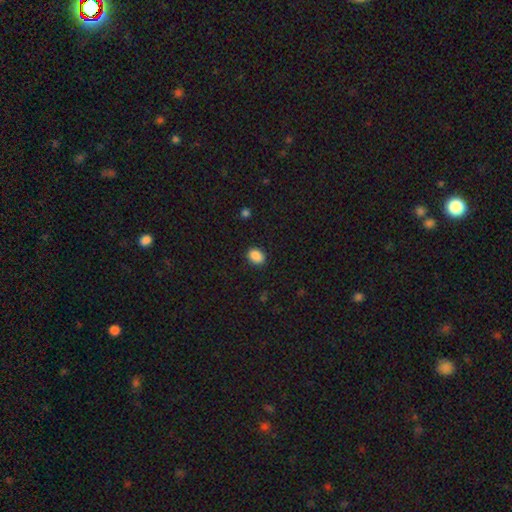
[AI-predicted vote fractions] A smooth galaxy with no disk features (88%) that is in between round and cigar-shaped (69%).

Vote fractions:
- Smooth or featured? smooth: 88% / star or artifact: 9% / featured or disk: 3%
- How rounded? in between: 69% / round: 30% / cigar-shaped: 1%
- Merging? none: 87% / minor disturbance: 9% / major disturbance: 2% / merger: 1%